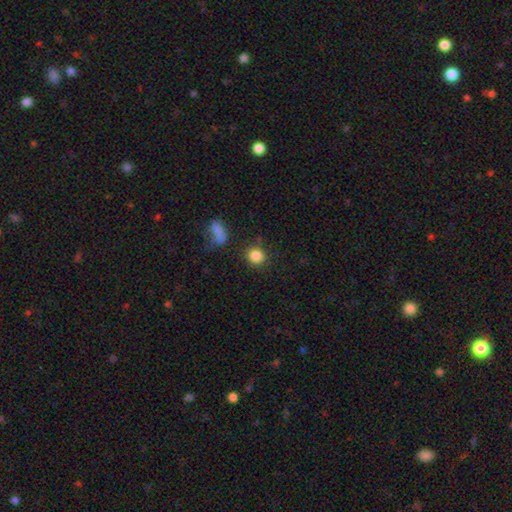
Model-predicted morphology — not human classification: The model was most divided on "merging": none: 81%, minor disturbance: 9%, merger: 6%, major disturbance: 4%. More confident: how rounded — round (87%); smooth or featured — smooth (85%).